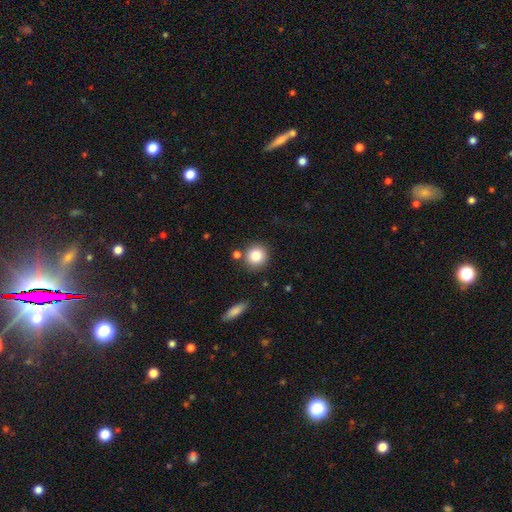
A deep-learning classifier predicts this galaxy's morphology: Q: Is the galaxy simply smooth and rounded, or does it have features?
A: smooth — 83%.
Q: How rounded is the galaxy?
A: round — 89%.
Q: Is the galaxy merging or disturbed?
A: none — 80%.